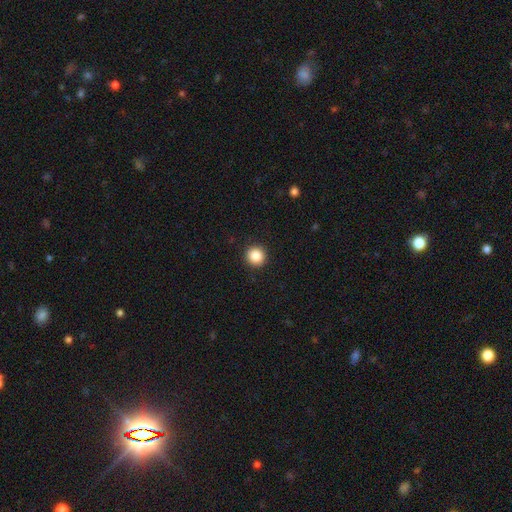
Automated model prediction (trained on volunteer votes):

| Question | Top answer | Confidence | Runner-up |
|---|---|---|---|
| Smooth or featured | smooth | 87% | star or artifact (10%) |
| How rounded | round | 95% | in between (4%) |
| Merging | none | 93% | minor disturbance (5%) |